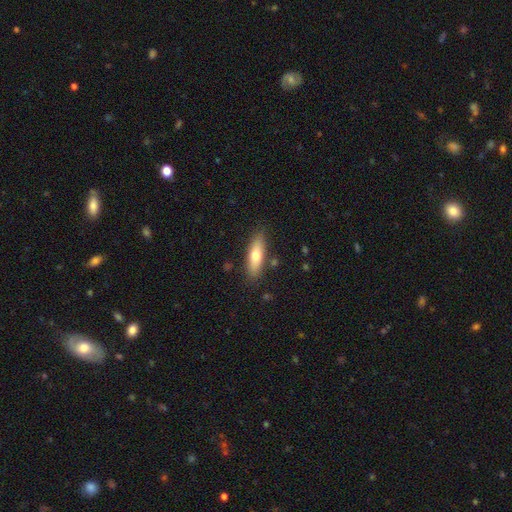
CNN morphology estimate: Overall: smooth (67%). How rounded: in between (50%; cigar-shaped 48%). Merging: none (84%).